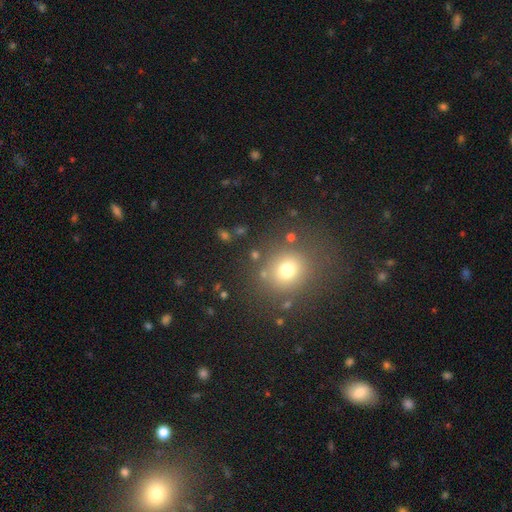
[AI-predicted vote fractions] A smooth galaxy with no disk features (70%) that is round (82%).

Vote fractions:
- Smooth or featured? smooth: 70% / star or artifact: 21% / featured or disk: 10%
- How rounded? round: 82% / in between: 17% / cigar-shaped: 1%
- Merging? none: 80% / minor disturbance: 10% / major disturbance: 5% / merger: 5%